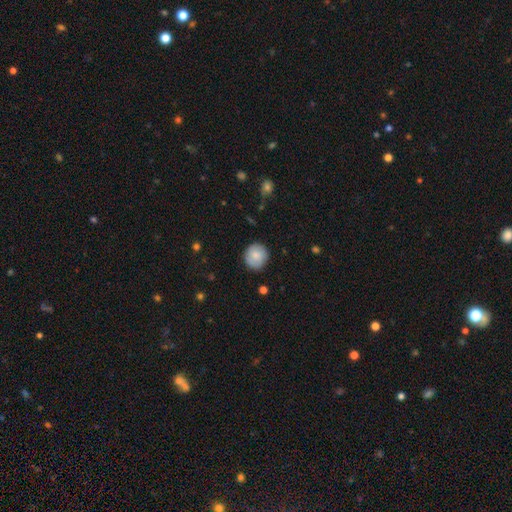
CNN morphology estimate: type=smooth (78%); roundness=round (89%); merging=none (83%).